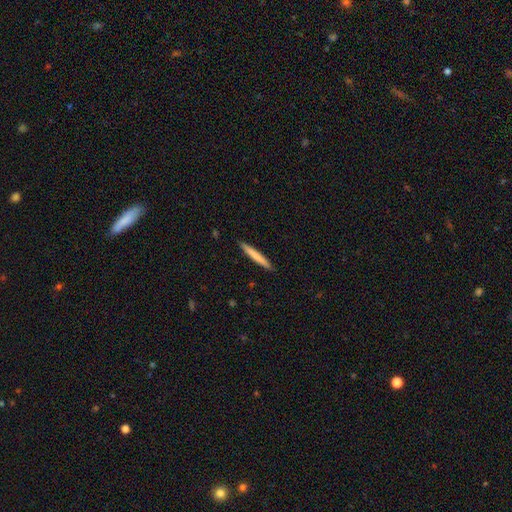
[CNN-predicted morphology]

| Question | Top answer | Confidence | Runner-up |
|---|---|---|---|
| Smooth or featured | smooth | 73% | featured or disk (22%) |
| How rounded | cigar-shaped | 96% | in between (3%) |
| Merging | none | 92% | minor disturbance (6%) |